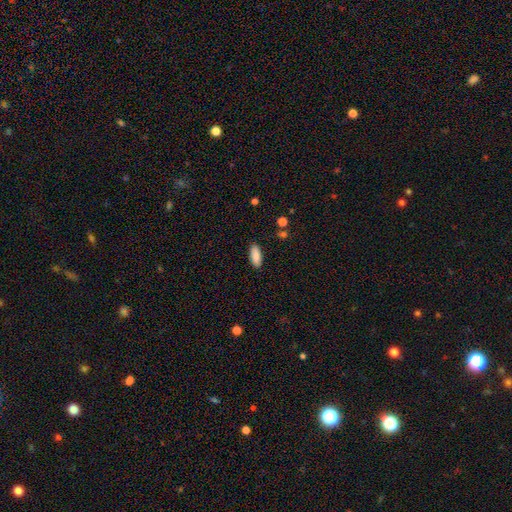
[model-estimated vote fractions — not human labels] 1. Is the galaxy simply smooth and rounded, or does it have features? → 88% smooth, 7% star or artifact, 5% featured or disk.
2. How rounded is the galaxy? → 79% in between, 19% cigar-shaped, 2% round.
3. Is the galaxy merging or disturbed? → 89% none, 8% minor disturbance, 2% major disturbance, 1% merger.